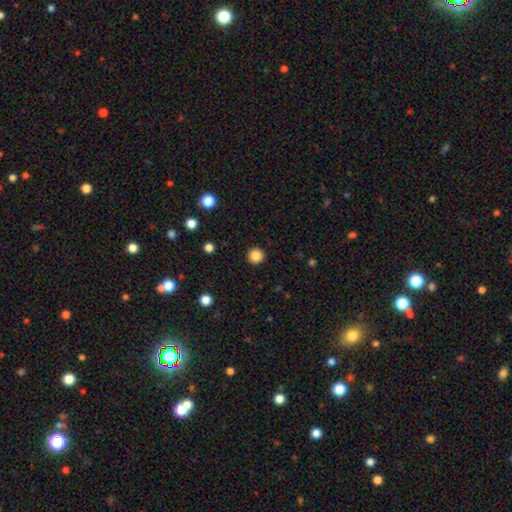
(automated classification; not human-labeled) Smooth or featured? Predicted: smooth (p=0.85). How rounded? Predicted: round (p=0.96). Merging? Predicted: none (p=0.93).